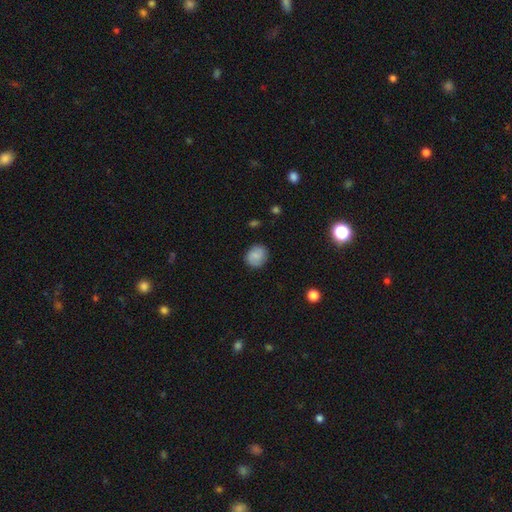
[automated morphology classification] smooth-or-featured: smooth: 77% | featured or disk: 14% | star or artifact: 8%
  how-rounded: round: 76% | in between: 23% | cigar-shaped: 1%
  merging: none: 84% | minor disturbance: 12% | major disturbance: 3% | merger: 1%